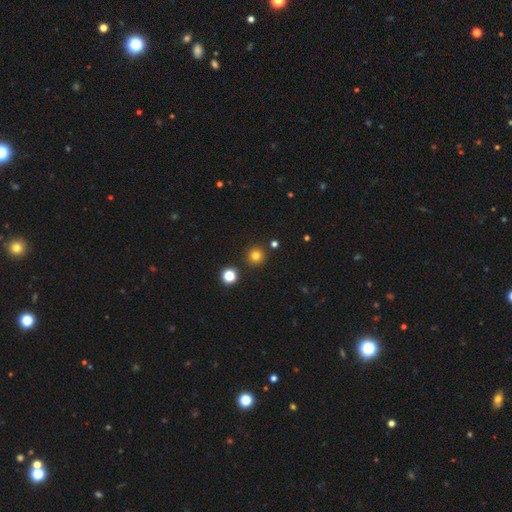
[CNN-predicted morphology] A smooth galaxy with no disk features (78%) that is round (95%).

Vote fractions:
- Smooth or featured? smooth: 78% / star or artifact: 16% / featured or disk: 6%
- How rounded? round: 95% / in between: 4% / cigar-shaped: 1%
- Merging? none: 90% / minor disturbance: 5% / merger: 3% / major disturbance: 2%